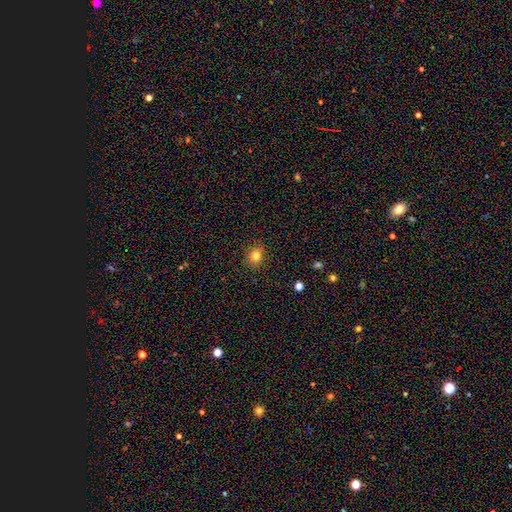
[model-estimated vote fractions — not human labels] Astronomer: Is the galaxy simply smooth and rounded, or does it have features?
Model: smooth — 80%.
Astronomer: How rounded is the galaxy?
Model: round — 58% (runner-up: in between, 41%).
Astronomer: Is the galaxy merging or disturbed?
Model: none — 88%.